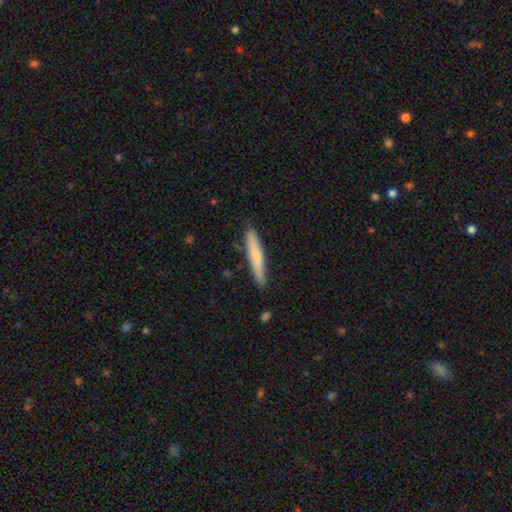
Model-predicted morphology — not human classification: Overall: smooth (68%). How rounded: cigar-shaped (93%). Merging: none (86%).